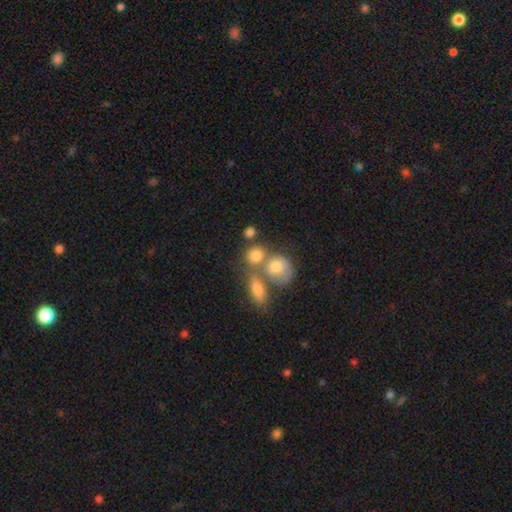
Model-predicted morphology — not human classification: This appears to be a smooth galaxy with no disk features (75%) that is round (63%). Merging: merger (43%).